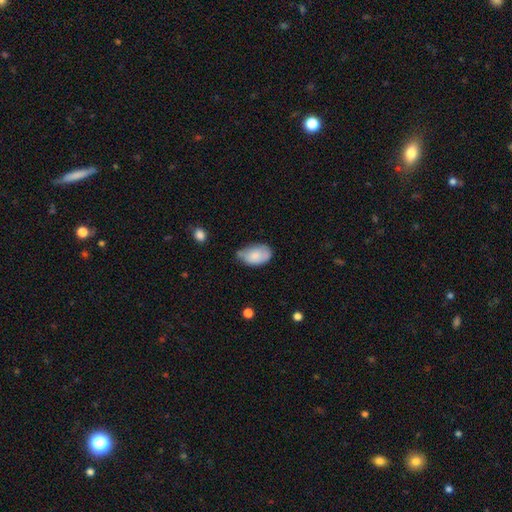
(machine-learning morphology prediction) Smooth or featured: smooth — 79% (featured or disk — 14%)
How rounded: in between — 92% (round — 6%)
Merging: none — 44% (minor disturbance — 42%)